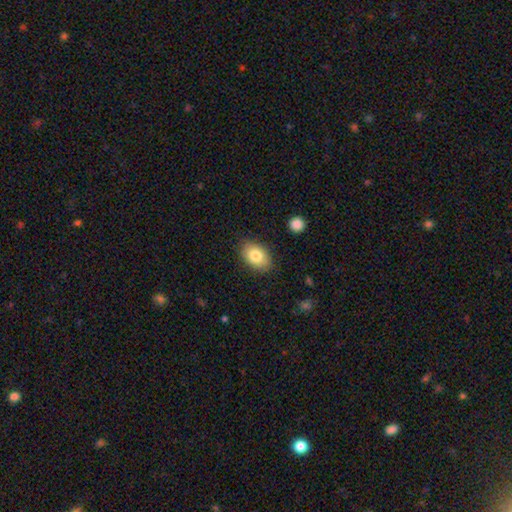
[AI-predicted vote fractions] Smooth or featured: smooth — 82% (featured or disk — 10%)
How rounded: in between — 87% (round — 12%)
Merging: none — 85% (minor disturbance — 11%)